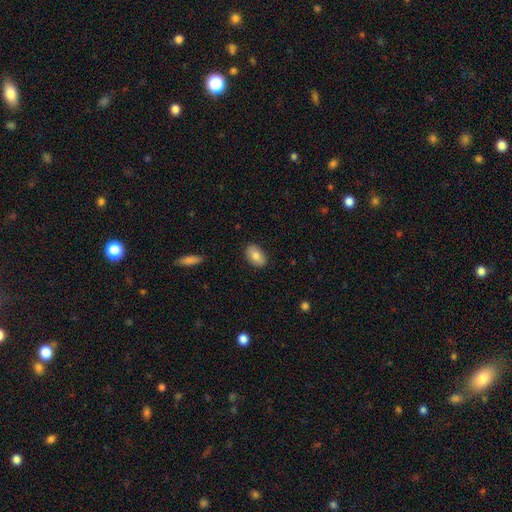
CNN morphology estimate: Smooth or featured: smooth — 81% (featured or disk — 12%)
How rounded: in between — 91% (round — 7%)
Merging: none — 87% (minor disturbance — 10%)